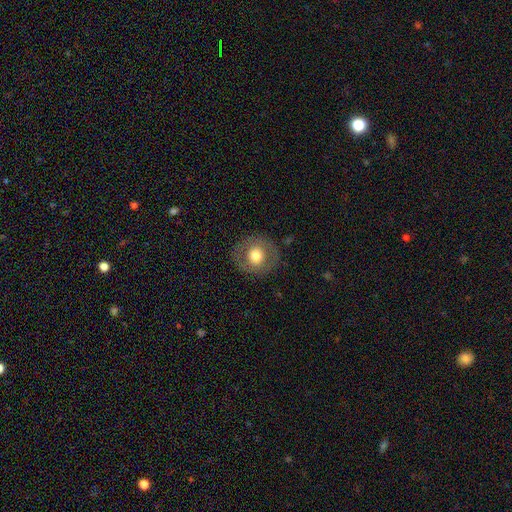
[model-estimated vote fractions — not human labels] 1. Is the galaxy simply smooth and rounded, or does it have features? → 61% smooth, 31% featured or disk, 8% star or artifact.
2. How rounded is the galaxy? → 90% round, 9% in between, 1% cigar-shaped.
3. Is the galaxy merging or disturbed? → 85% none, 9% minor disturbance, 5% major disturbance, 1% merger.